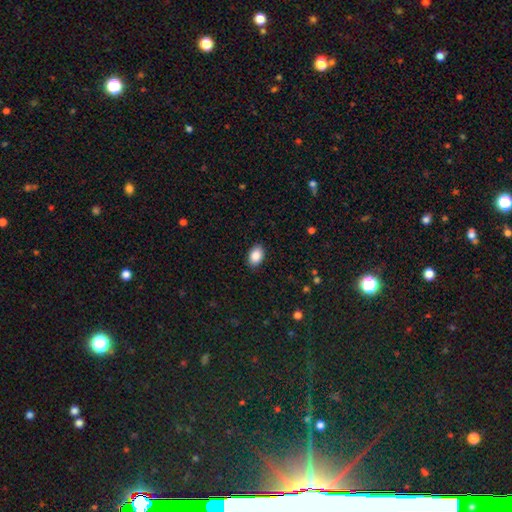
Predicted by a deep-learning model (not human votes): Q: Smooth or featured?
A: smooth (88%); runner-up: star or artifact (7%)
Q: How rounded?
A: in between (87%); runner-up: round (12%)
Q: Merging?
A: none (89%); runner-up: minor disturbance (8%)